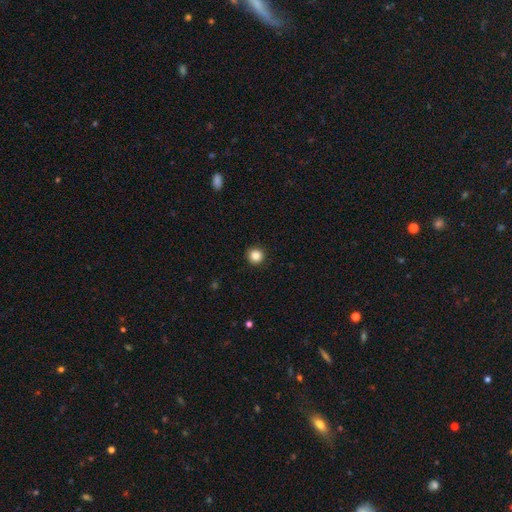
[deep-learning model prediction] Smooth or featured? smooth (86%)
How rounded? round (96%)
Merging? none (93%)